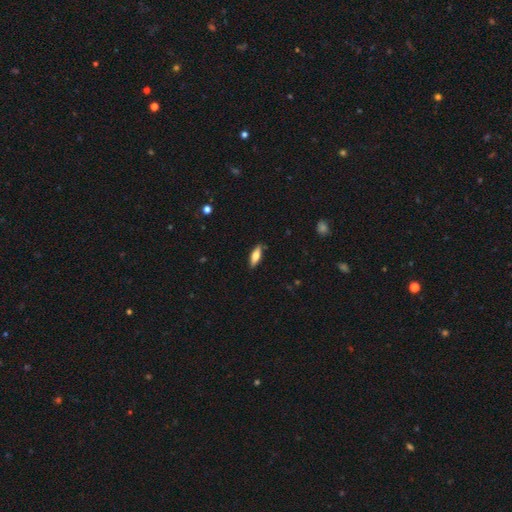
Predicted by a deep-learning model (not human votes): Q: Smooth or featured?
A: smooth (66%); runner-up: featured or disk (27%)
Q: How rounded?
A: in between (54%); runner-up: cigar-shaped (44%)
Q: Merging?
A: none (86%); runner-up: minor disturbance (11%)